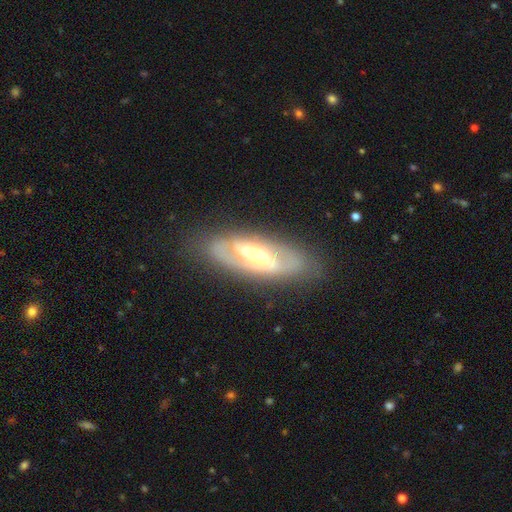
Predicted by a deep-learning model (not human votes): smooth_or_featured: featured or disk (p=0.74) [alt: smooth p=0.20]
disk_edge_on: no (p=0.83) [alt: yes p=0.17]
bar: no (p=0.36) [alt: weak p=0.33]
has_spiral_arms: yes (p=0.72) [alt: no p=0.28]
bulge_size: moderate (p=0.59) [alt: small p=0.29]
merging: none (p=0.74) [alt: minor disturbance p=0.16]